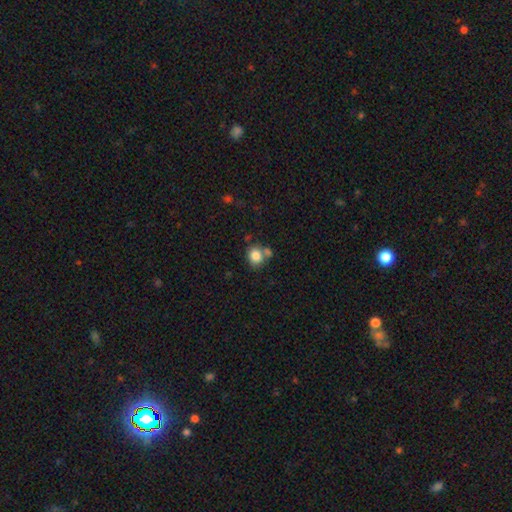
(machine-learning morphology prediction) This appears to be a smooth galaxy with no disk features (84%) that is round (63%). Merging: none (56%).